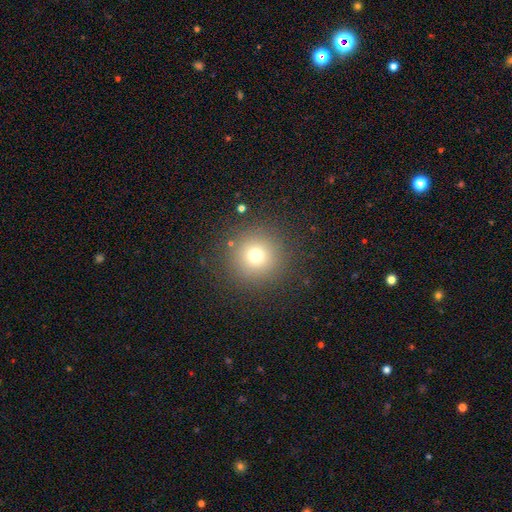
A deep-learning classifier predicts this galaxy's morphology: Overall: smooth (72%). How rounded: round (96%). Merging: none (89%).